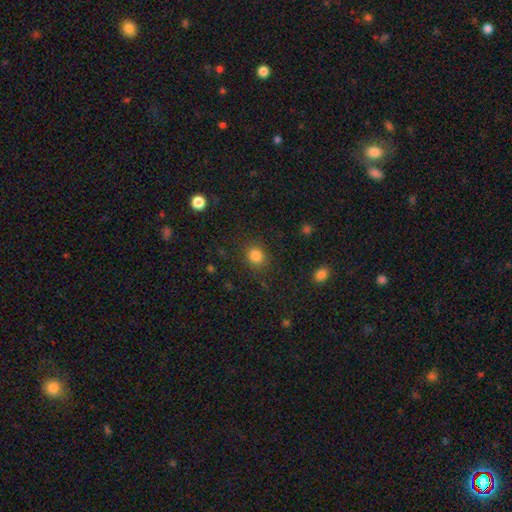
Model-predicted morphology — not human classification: smooth-or-featured: smooth: 83% | star or artifact: 12% | featured or disk: 5%
  how-rounded: round: 74% | in between: 25% | cigar-shaped: 1%
  merging: none: 87% | minor disturbance: 8% | major disturbance: 3% | merger: 1%